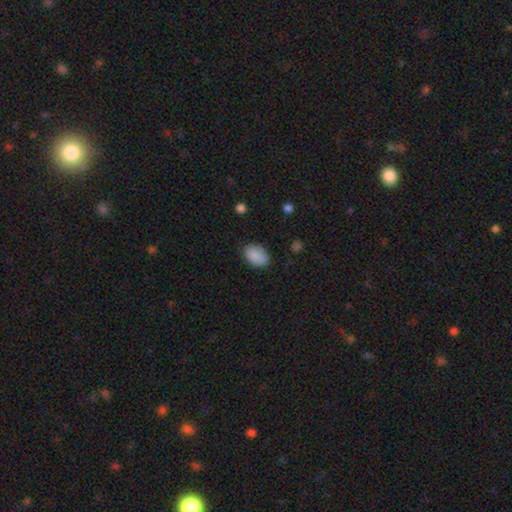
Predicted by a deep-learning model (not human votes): Smooth or featured? smooth (88%)
How rounded? in between (85%)
Merging? none (79%)